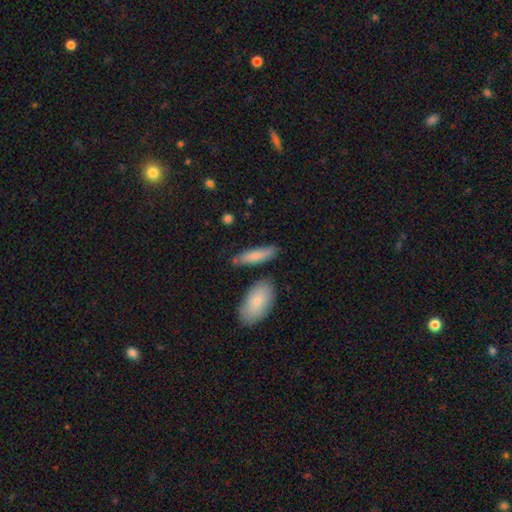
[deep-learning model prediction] A smooth galaxy with no disk features (77%) that is cigar-shaped (49%, tied with in between).

Vote fractions:
- Smooth or featured? smooth: 77% / featured or disk: 18% / star or artifact: 6%
- How rounded? cigar-shaped: 49% (tied) / in between: 49% (tied) / round: 3%
- Merging? none: 72% / minor disturbance: 17% / merger: 8% / major disturbance: 4%